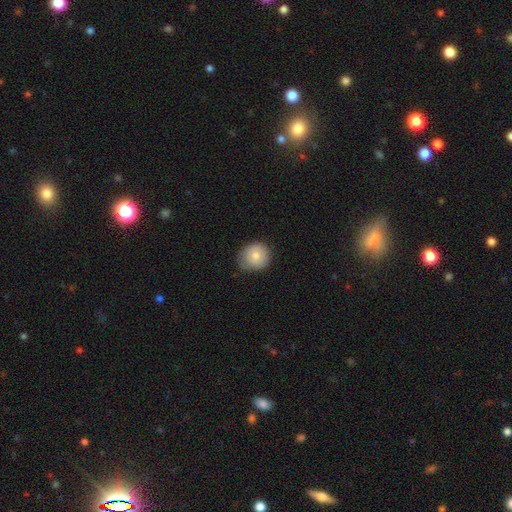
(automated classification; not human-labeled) Smooth or featured? smooth (79%)
How rounded? round (87%)
Merging? none (71%)